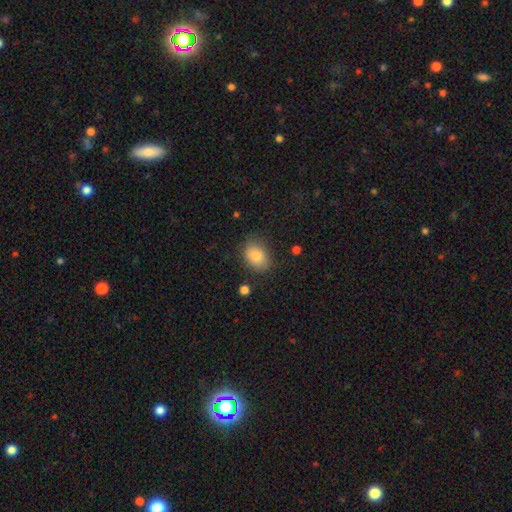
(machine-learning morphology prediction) This is clearly a smooth galaxy (84%). How rounded: likely in between (70%). Merging: likely none (79%).